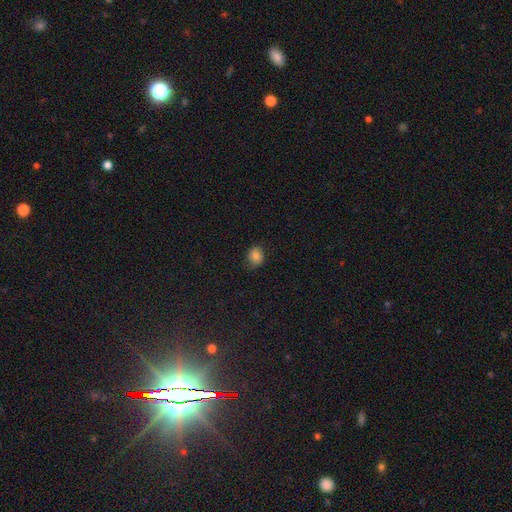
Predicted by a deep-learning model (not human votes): Smooth or featured: smooth — 80% (star or artifact — 11%)
How rounded: round — 63% (in between — 36%)
Merging: none — 75% (minor disturbance — 20%)